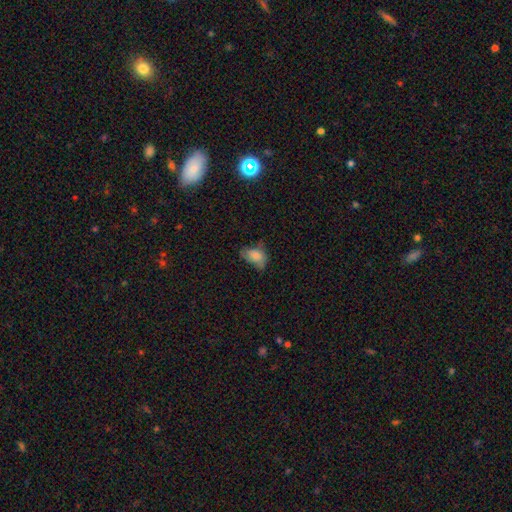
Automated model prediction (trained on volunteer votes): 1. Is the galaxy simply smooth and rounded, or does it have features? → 74% smooth, 18% featured or disk, 9% star or artifact.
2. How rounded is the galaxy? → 85% in between, 14% round, 2% cigar-shaped.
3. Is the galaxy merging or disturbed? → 41% none, 37% minor disturbance, 19% major disturbance, 2% merger.